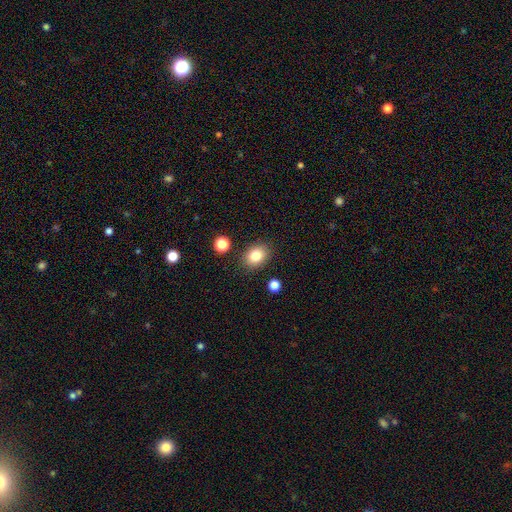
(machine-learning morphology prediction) Smooth or featured? Predicted: smooth (p=0.82). How rounded? Predicted: in between (p=0.62). Merging? Predicted: none (p=0.86).